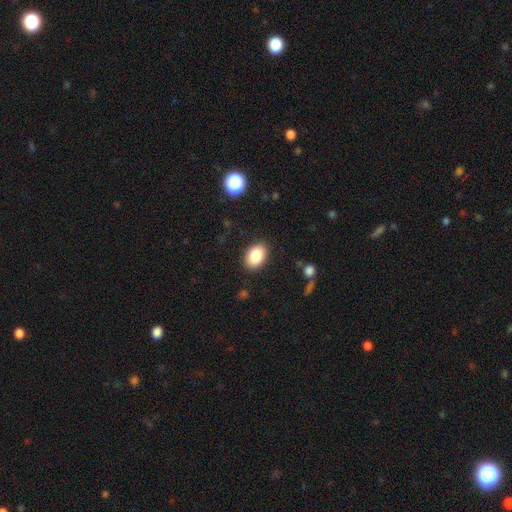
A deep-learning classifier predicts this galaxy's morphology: Smooth or featured? Predicted: smooth (p=0.86). How rounded? Predicted: in between (p=0.83). Merging? Predicted: none (p=0.89).